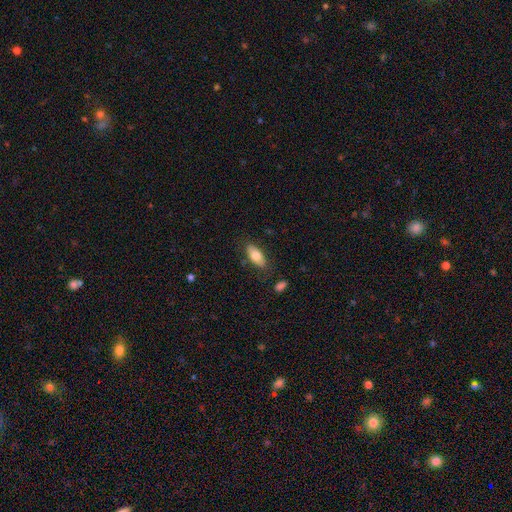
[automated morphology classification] Overall: smooth (74%). How rounded: in between (87%). Merging: none (80%).